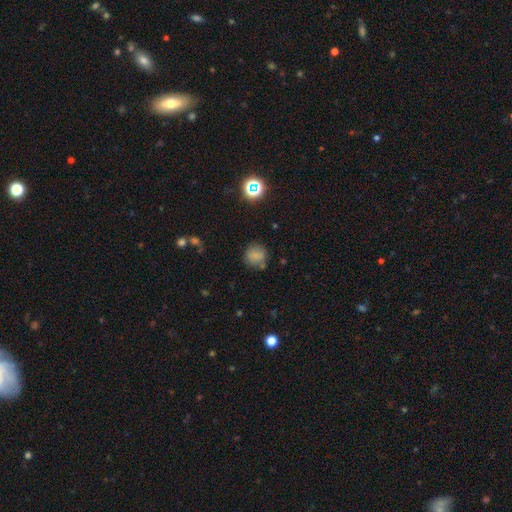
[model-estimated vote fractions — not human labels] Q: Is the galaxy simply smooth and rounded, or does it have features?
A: smooth — 75%.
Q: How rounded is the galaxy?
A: round — 88%.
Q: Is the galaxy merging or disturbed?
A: none — 73%.